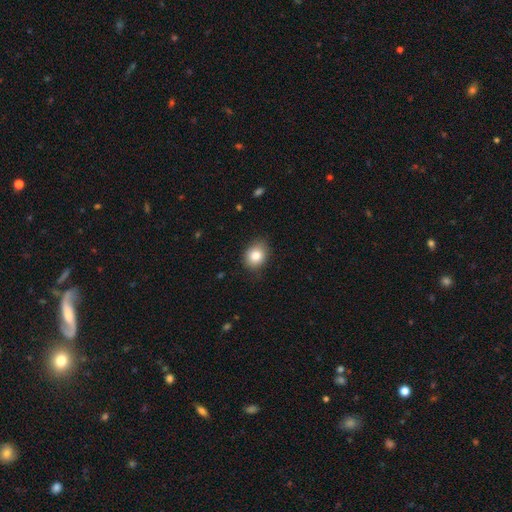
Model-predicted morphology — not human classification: Smooth or featured: smooth — 84% (star or artifact — 9%)
How rounded: in between — 51% (round — 48%)
Merging: none — 80% (minor disturbance — 16%)